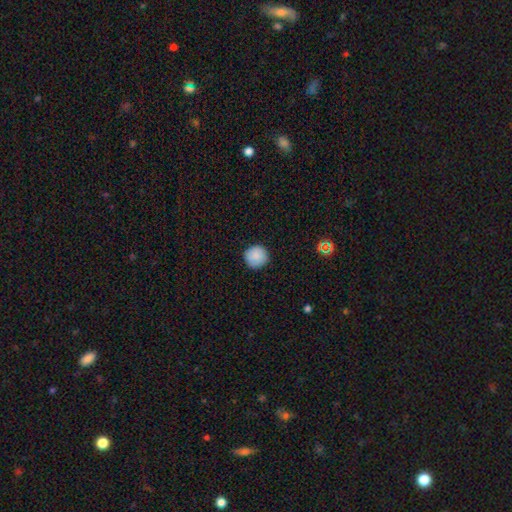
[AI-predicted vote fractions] smooth-or-featured: smooth: 88% | star or artifact: 8% | featured or disk: 4%
  how-rounded: round: 94% | in between: 5% | cigar-shaped: 1%
  merging: none: 89% | minor disturbance: 8% | major disturbance: 2% | merger: 1%